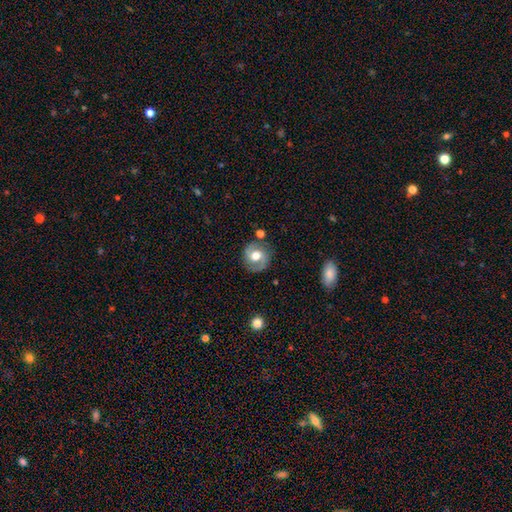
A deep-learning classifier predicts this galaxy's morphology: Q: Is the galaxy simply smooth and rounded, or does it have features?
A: featured or disk — 67%.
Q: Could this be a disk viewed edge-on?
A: no — 97%.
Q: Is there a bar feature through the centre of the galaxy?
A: no — 55%.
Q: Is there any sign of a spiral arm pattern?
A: yes — 87%.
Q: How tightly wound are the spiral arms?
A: medium — 51%.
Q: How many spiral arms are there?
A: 2 — 86%.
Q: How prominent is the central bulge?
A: moderate — 64%.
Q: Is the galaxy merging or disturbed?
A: none — 80%.